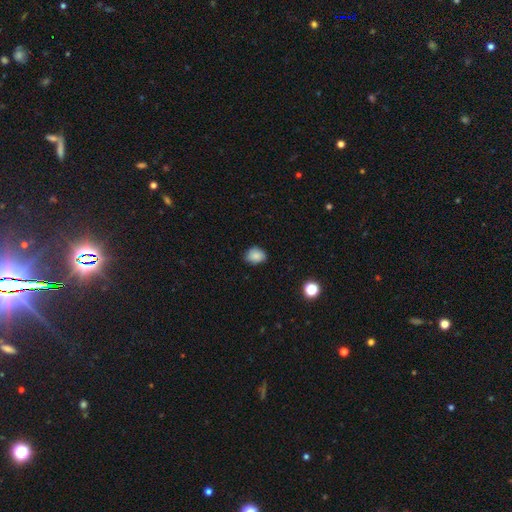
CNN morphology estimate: Smooth or featured? smooth (86%)
How rounded? in between (51%)
Merging? none (77%)